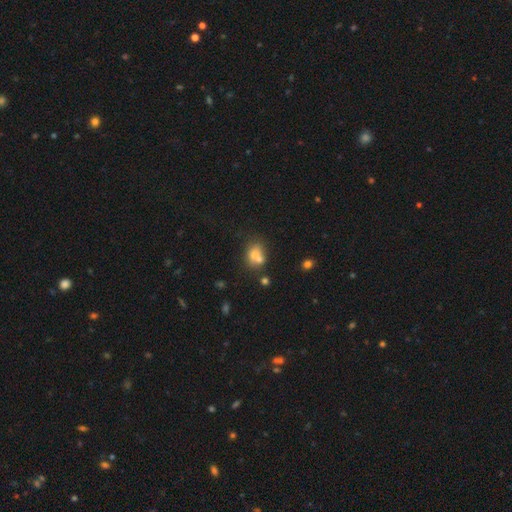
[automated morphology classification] type=smooth (67%); roundness=in between (52%); merging=merger (45%).